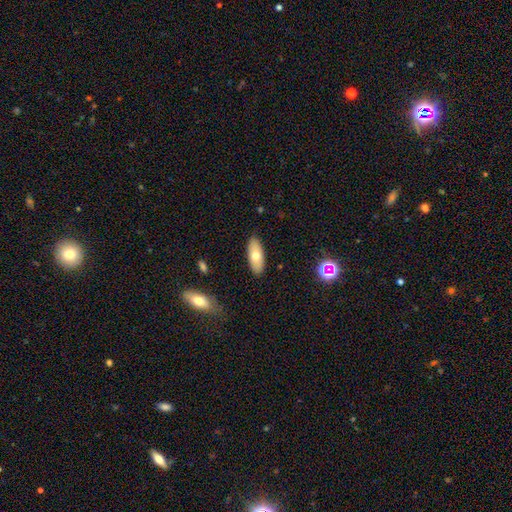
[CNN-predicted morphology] The model was most divided on "smooth or featured": smooth: 69%, featured or disk: 24%, star or artifact: 7%. More confident: merging — none (88%); how rounded — in between (79%).